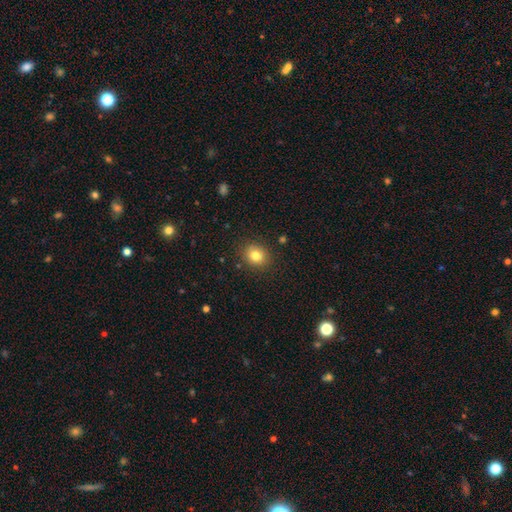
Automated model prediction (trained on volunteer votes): This appears to be a smooth galaxy with no disk features (81%) that is round (67%). Merging: none (87%).